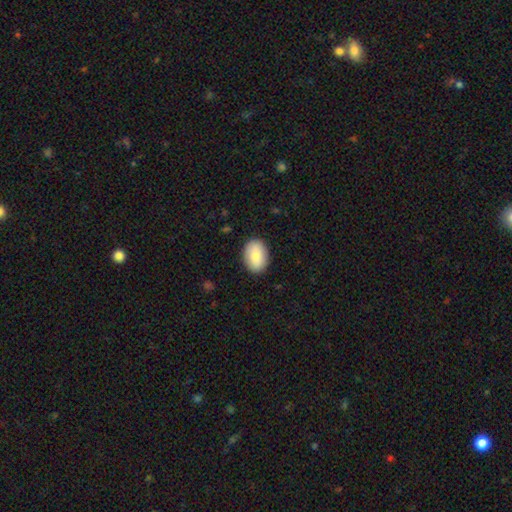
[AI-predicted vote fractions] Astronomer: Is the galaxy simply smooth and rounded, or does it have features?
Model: smooth — 80%.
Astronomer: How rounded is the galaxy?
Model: in between — 81%.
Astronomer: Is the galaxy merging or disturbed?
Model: none — 88%.